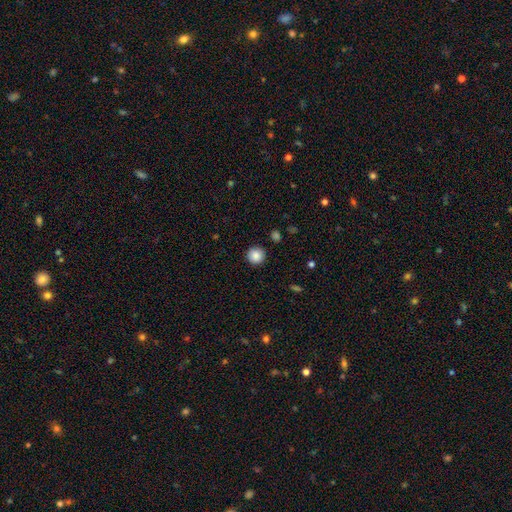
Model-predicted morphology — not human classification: Overall: smooth (87%). How rounded: round (95%). Merging: none (91%).